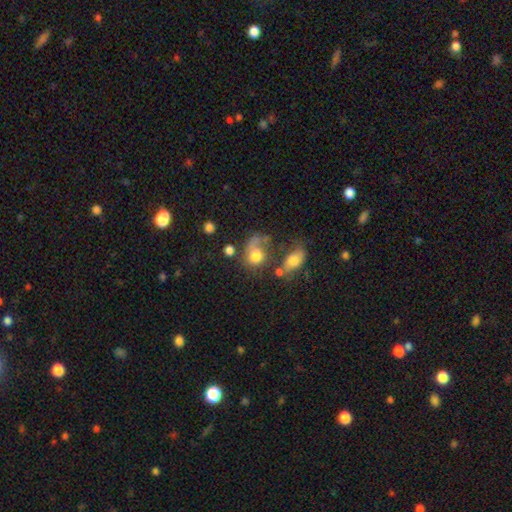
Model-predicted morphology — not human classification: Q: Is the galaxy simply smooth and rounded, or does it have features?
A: smooth — 70%.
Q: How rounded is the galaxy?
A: round — 53%.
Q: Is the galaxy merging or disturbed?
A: none — 31%.